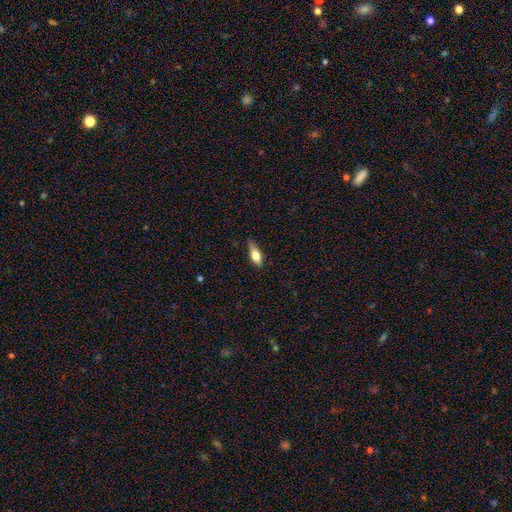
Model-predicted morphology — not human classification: Smooth or featured?
  - smooth: 59% *
  - featured or disk: 34%
  - star or artifact: 7%
How rounded?
  - in between: 60% *
  - cigar-shaped: 36%
  - round: 4%
Merging?
  - none: 72% *
  - minor disturbance: 21%
  - major disturbance: 5%
  - merger: 2%